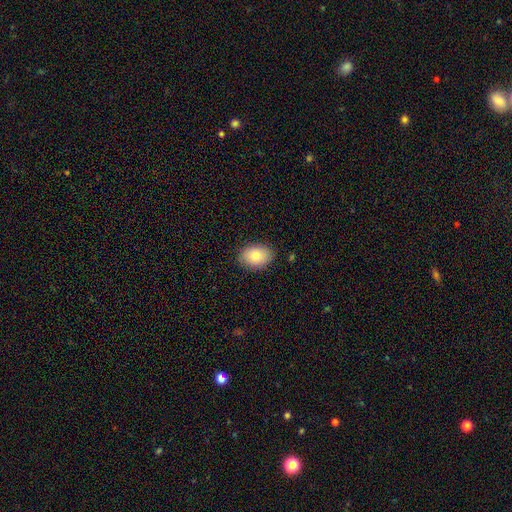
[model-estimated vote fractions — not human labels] This appears to be a smooth galaxy with no disk features (83%) that is in between round and cigar-shaped (77%). Merging: none (86%).